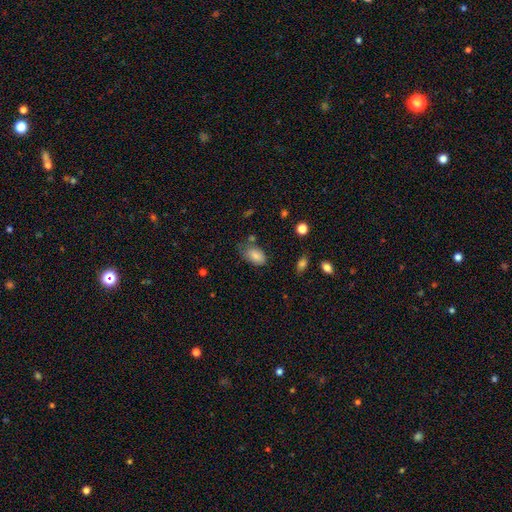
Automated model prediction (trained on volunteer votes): This appears to be a smooth galaxy with no disk features (83%) that is in between round and cigar-shaped (92%). Merging: none (59%).